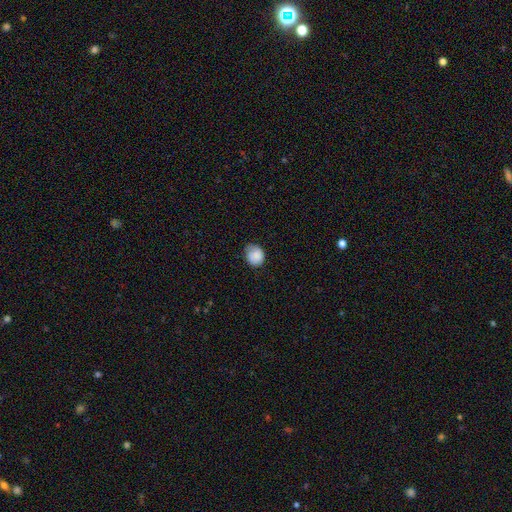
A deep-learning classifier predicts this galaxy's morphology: Q: Smooth or featured?
A: smooth (81%); runner-up: featured or disk (12%)
Q: How rounded?
A: round (67%); runner-up: in between (32%)
Q: Merging?
A: none (56%); runner-up: minor disturbance (35%)